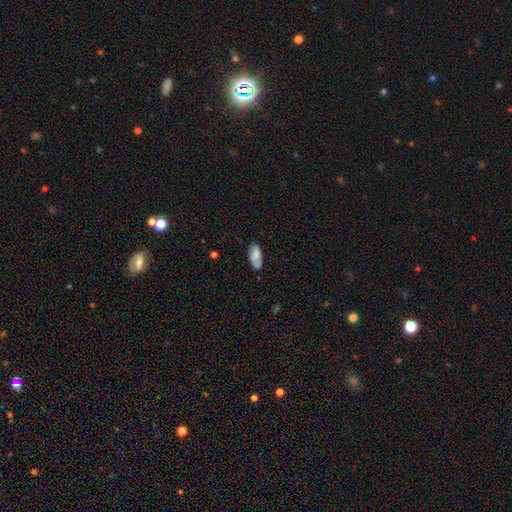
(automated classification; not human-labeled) A smooth galaxy with no disk features (73%) that is in between round and cigar-shaped (90%). Merging: none (72%).